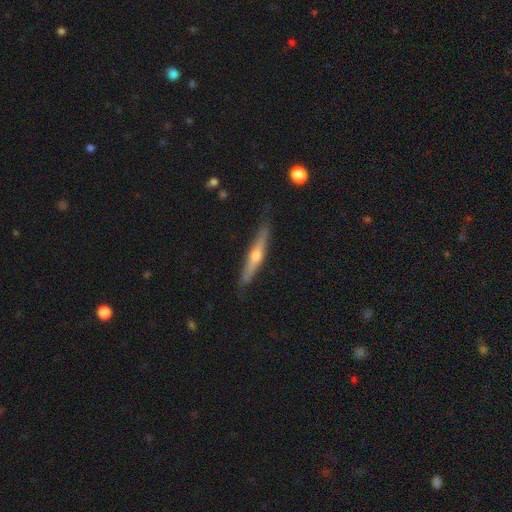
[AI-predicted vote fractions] Smooth or featured? featured or disk (68%)
Edge-on disk? yes (96%)
Edge-on bulge? rounded (88%)
Merging? none (85%)